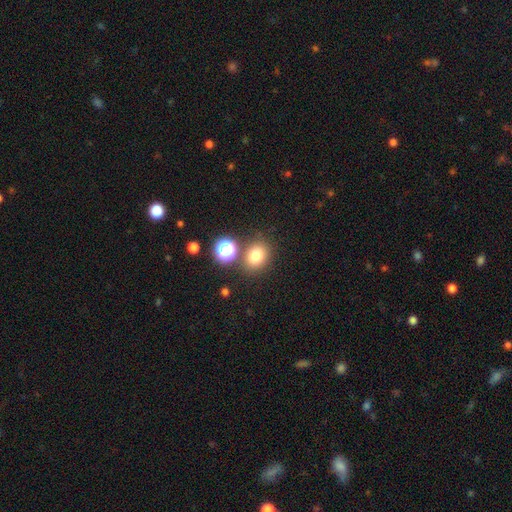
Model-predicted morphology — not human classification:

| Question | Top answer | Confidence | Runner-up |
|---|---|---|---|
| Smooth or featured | smooth | 77% | star or artifact (15%) |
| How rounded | round | 59% | in between (40%) |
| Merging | none | 75% | minor disturbance (11%) |